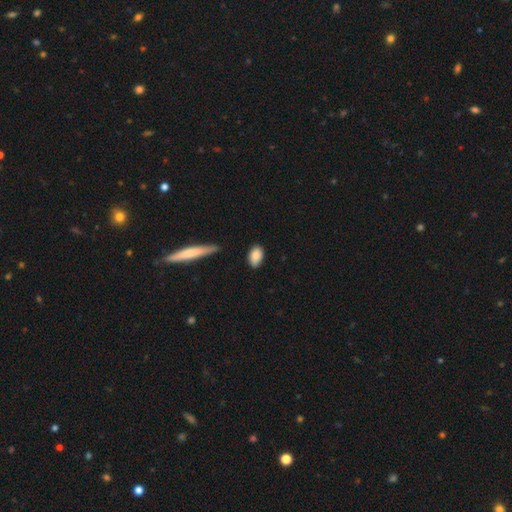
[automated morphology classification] Smooth or featured: smooth — 87% (star or artifact — 7%)
How rounded: in between — 90% (round — 7%)
Merging: none — 80% (minor disturbance — 15%)